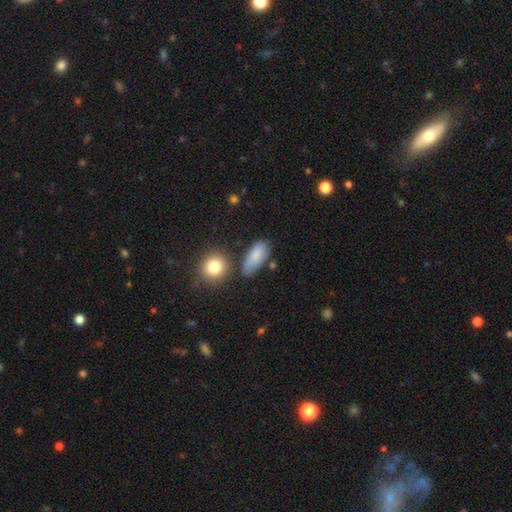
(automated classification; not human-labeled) smooth 82%, featured or disk 10%, star or artifact 8%. Down the decision tree: how rounded — in between (85%); merging — none (62%).